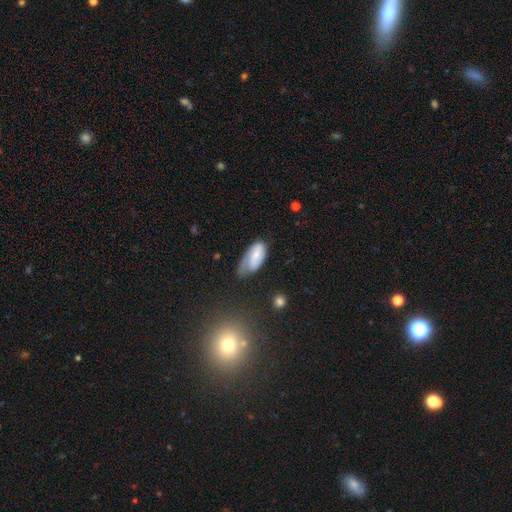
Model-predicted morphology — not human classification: A smooth galaxy with no disk features (53%) that is in between round and cigar-shaped (90%).

Vote fractions:
- Smooth or featured? smooth: 53% / featured or disk: 40% / star or artifact: 7%
- How rounded? in between: 90% / cigar-shaped: 7% / round: 2%
- Merging? none: 40% / minor disturbance: 39% / major disturbance: 18% / merger: 3%